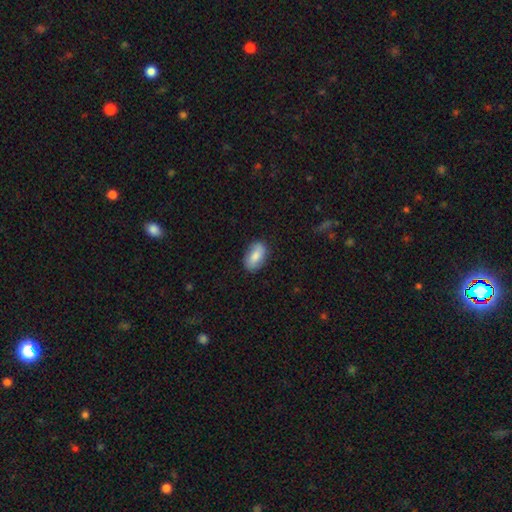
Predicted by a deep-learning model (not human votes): This is likely a smooth galaxy (77%). How rounded: clearly in between (92%). Merging: clearly none (81%).